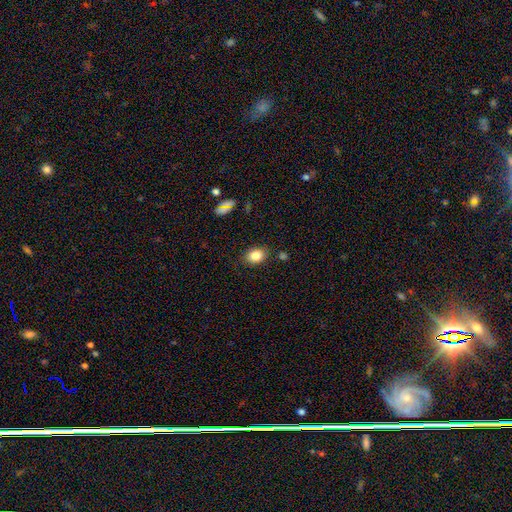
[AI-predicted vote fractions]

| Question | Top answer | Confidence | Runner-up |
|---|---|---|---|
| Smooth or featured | smooth | 84% | star or artifact (9%) |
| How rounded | in between | 72% | round (27%) |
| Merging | none | 83% | minor disturbance (12%) |